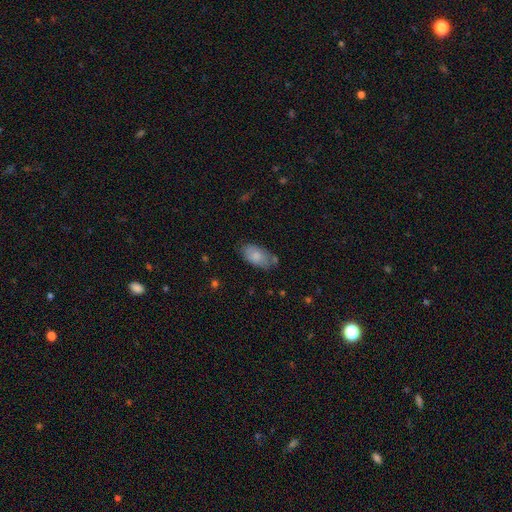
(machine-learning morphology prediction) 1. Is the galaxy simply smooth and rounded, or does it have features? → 81% smooth, 12% featured or disk, 7% star or artifact.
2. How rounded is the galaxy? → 93% in between, 3% cigar-shaped, 3% round.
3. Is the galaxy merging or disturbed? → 66% none, 23% minor disturbance, 5% major disturbance, 5% merger.